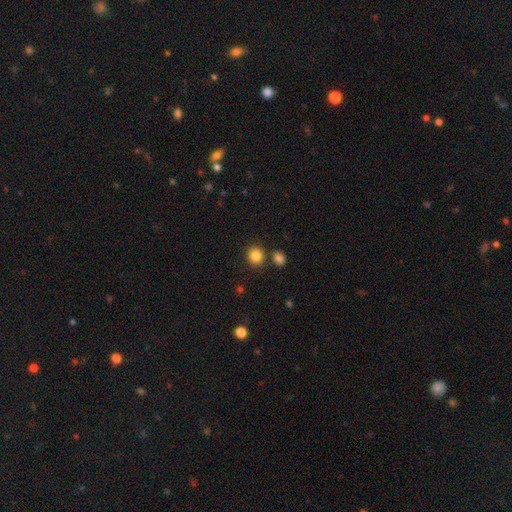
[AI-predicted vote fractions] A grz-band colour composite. It shows a smooth galaxy with no disk features (85%) that is round (79%). Merging: none (80%).